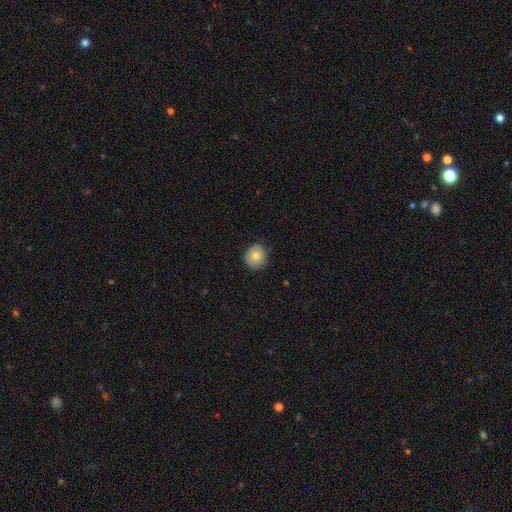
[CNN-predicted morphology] smooth_or_featured: smooth (p=0.73) [alt: featured or disk p=0.19]
how_rounded: round (p=0.88) [alt: in between p=0.11]
merging: none (p=0.85) [alt: minor disturbance p=0.11]